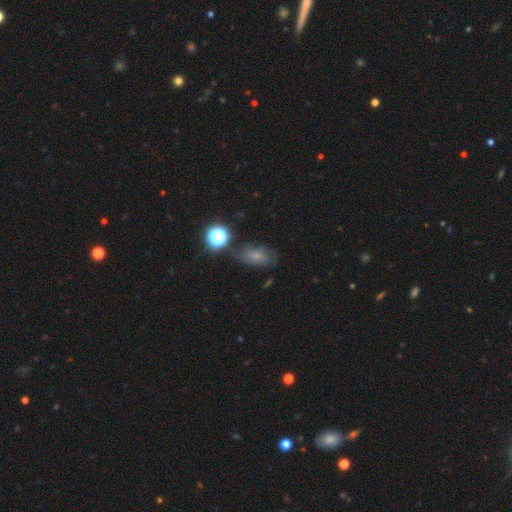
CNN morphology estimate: Overall: smooth (53%; featured or disk 27%). How rounded: in between (81%). Merging: none (66%).